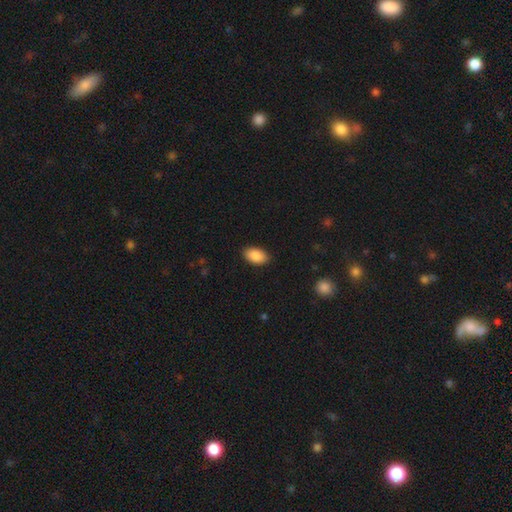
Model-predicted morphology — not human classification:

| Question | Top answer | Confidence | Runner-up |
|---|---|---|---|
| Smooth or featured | smooth | 90% | star or artifact (7%) |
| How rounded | in between | 94% | round (4%) |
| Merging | none | 88% | minor disturbance (9%) |